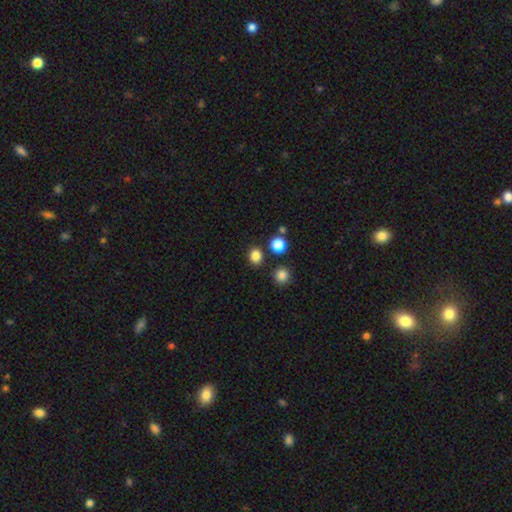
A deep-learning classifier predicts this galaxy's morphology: type=smooth (83%); roundness=round (68%); merging=none (84%).